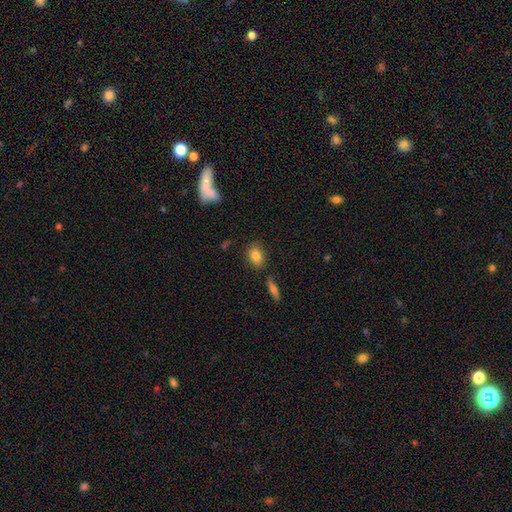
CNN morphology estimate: A smooth galaxy with no disk features (84%) that is in between round and cigar-shaped (77%).

Vote fractions:
- Smooth or featured? smooth: 84% / star or artifact: 8% / featured or disk: 8%
- How rounded? in between: 77% / round: 20% / cigar-shaped: 2%
- Merging? none: 81% / minor disturbance: 12% / merger: 4% / major disturbance: 3%